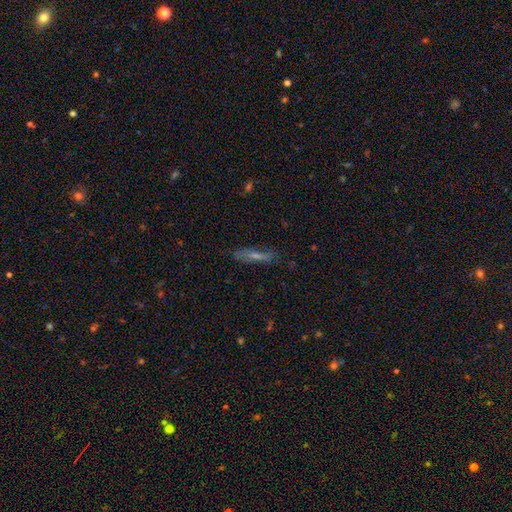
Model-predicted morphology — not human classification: The model was most divided on "smooth or featured": featured or disk: 48%, smooth: 37%, star or artifact: 15%. More confident: merging — none (78%).